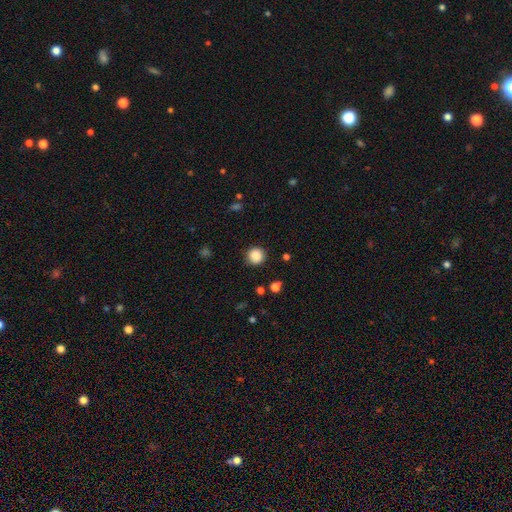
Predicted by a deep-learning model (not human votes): Smooth or featured: smooth — 87% (star or artifact — 10%)
How rounded: round — 94% (in between — 5%)
Merging: none — 89% (minor disturbance — 7%)